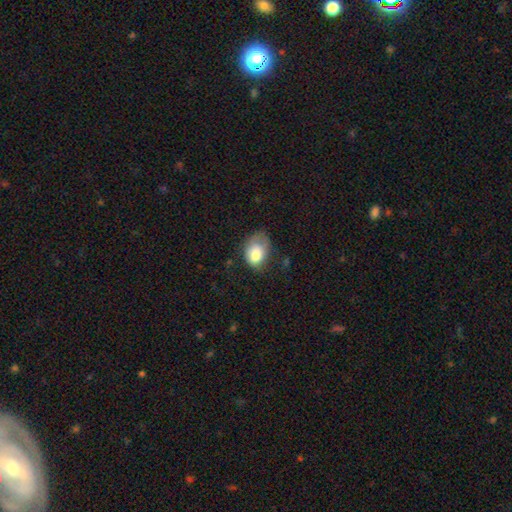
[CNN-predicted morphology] type=smooth (78%); roundness=in between (79%); merging=minor disturbance (39%).